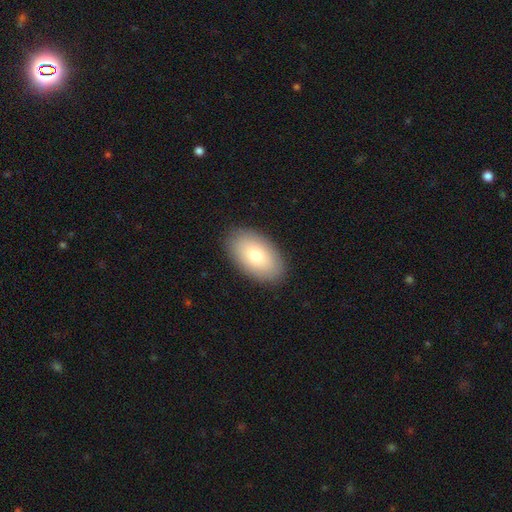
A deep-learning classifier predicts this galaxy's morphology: Smooth or featured? smooth (79%)
How rounded? in between (94%)
Merging? none (89%)